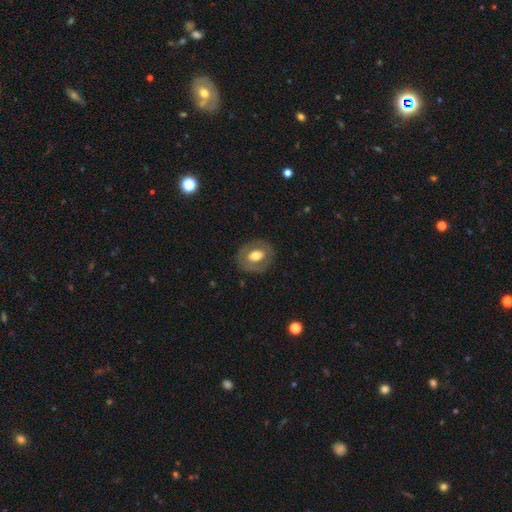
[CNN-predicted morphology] smooth-or-featured: smooth: 53% | featured or disk: 40% | star or artifact: 7%
  how-rounded: in between: 57% | round: 42% | cigar-shaped: 1%
  merging: none: 81% | minor disturbance: 12% | major disturbance: 5% | merger: 1%